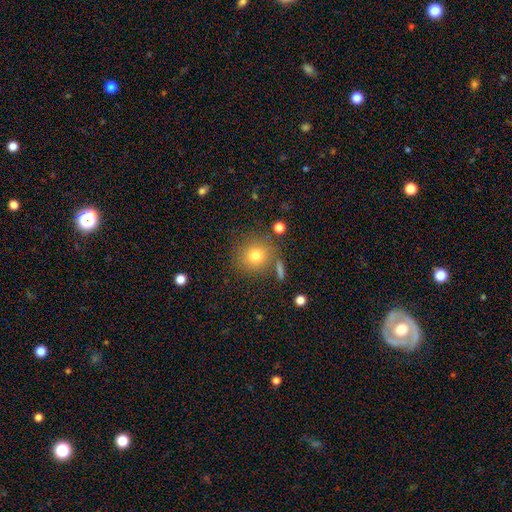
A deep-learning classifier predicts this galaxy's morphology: smooth 76%, star or artifact 13%, featured or disk 11%. Down the decision tree: how rounded — round (91%); merging — none (79%).